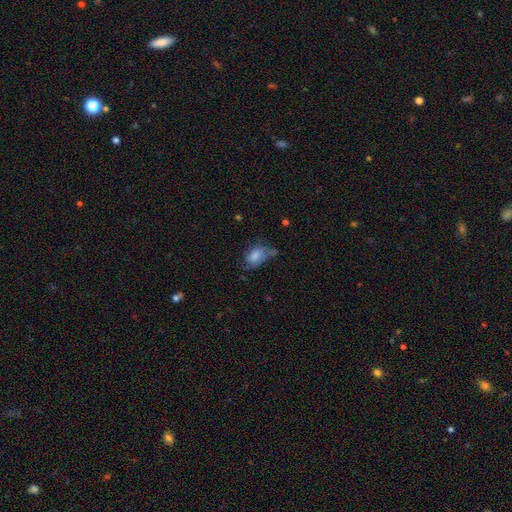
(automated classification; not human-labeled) Overall: smooth (74%). How rounded: in between (82%). Merging: none (41%; minor disturbance 33%).